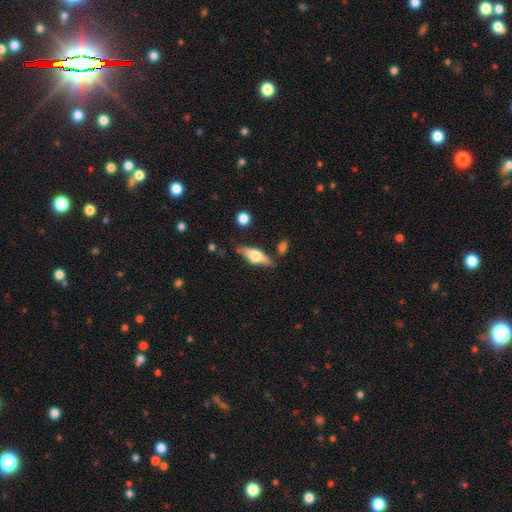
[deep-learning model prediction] A featured or disk galaxy (53%) viewed edge-on (92%). Merging: none (77%).